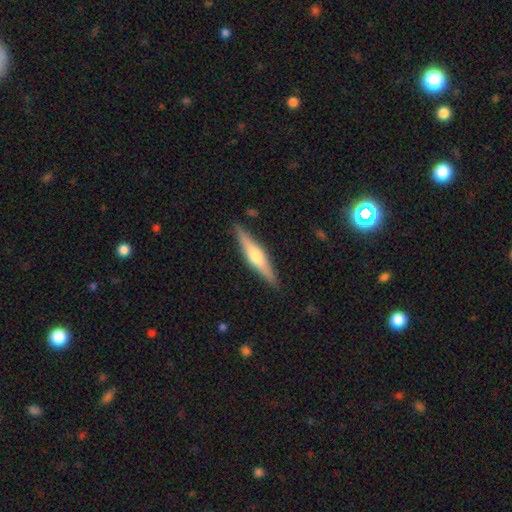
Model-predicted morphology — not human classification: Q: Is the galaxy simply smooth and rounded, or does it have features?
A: featured or disk — 60%.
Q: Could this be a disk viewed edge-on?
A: yes — 96%.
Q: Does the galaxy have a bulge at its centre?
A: rounded — 90%.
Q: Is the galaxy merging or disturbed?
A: none — 89%.